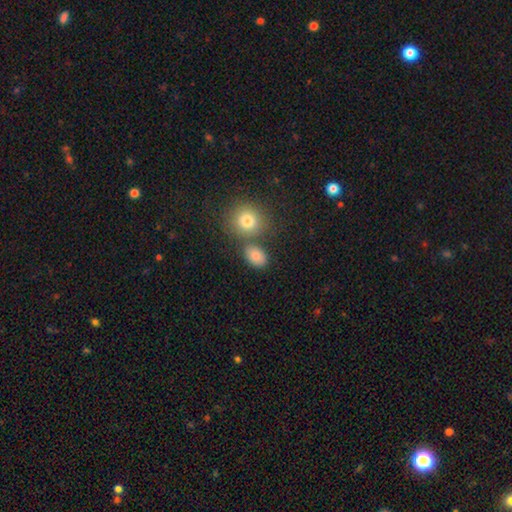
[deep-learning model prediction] Overall: smooth (81%). How rounded: in between (70%). Merging: none (68%).